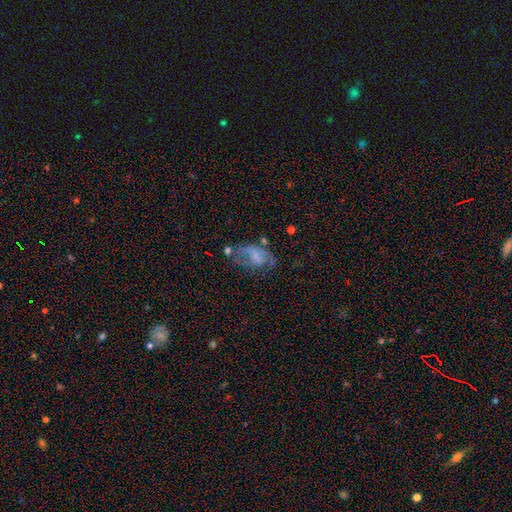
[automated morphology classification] This is possibly a featured or disk galaxy (47%). Merging: marginally major disturbance (35%).